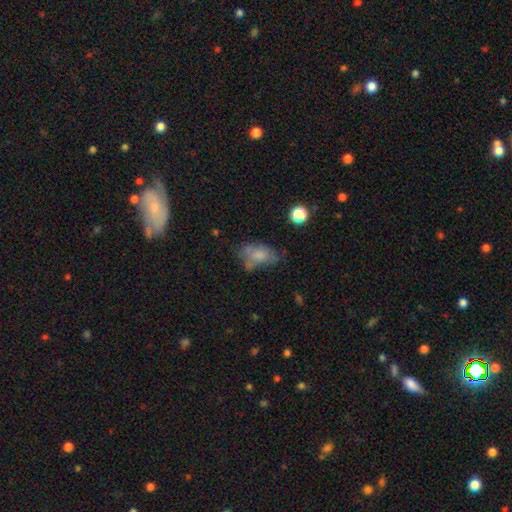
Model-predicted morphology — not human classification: smooth_or_featured: smooth (p=0.62) [alt: featured or disk p=0.26]
how_rounded: in between (p=0.85) [alt: round p=0.12]
merging: none (p=0.38) [alt: minor disturbance p=0.28]